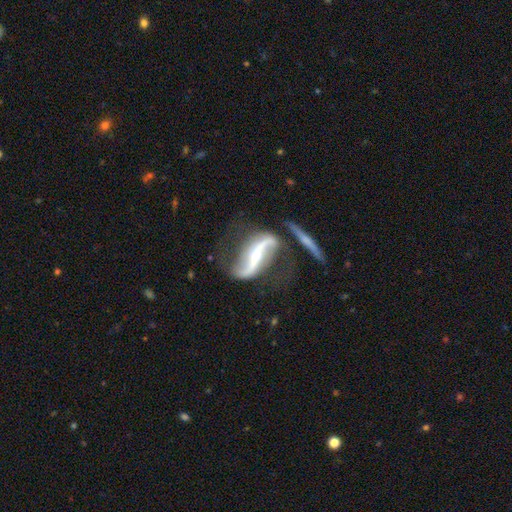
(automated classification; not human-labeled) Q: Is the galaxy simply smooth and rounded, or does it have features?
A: featured or disk — 90%.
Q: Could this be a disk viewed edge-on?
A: no — 90%.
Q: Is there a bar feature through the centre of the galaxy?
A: strong — 64%.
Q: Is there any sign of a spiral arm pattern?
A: yes — 95%.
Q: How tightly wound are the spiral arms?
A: loose — 85%.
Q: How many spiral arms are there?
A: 2 — 93%.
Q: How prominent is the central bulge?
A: small — 61%.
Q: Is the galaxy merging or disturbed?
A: none — 60%.